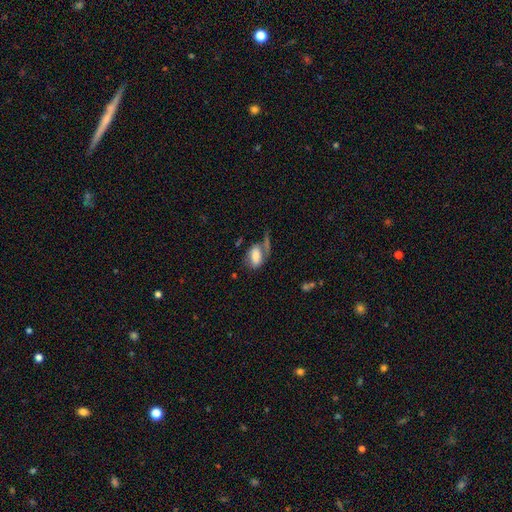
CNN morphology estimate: Overall: smooth (67%). How rounded: in between (85%). Merging: none (37%; major disturbance 23%).